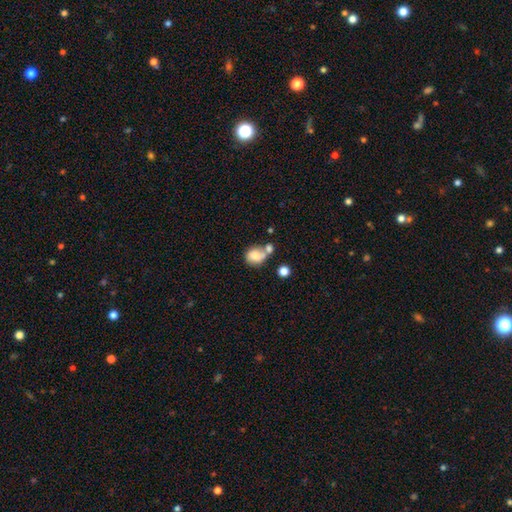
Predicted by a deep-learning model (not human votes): A smooth galaxy with no disk features (72%) that is round (61%). Merging: merger (45%).